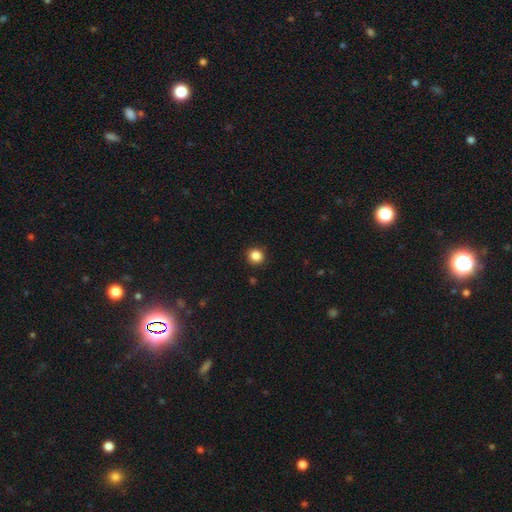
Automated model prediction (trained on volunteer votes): The model was most divided on "smooth or featured": smooth: 86%, star or artifact: 11%, featured or disk: 3%. More confident: how rounded — round (92%); merging — none (91%).